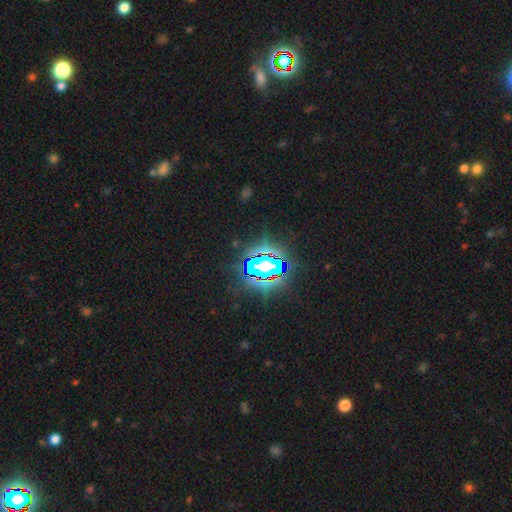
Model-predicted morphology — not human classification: Smooth or featured? Predicted: star or artifact (p=0.82).